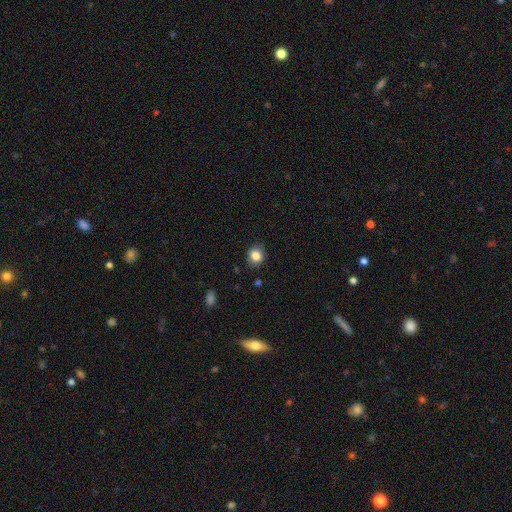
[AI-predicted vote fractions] smooth-or-featured: smooth: 83% | star or artifact: 10% | featured or disk: 7%
  how-rounded: round: 68% | in between: 31% | cigar-shaped: 1%
  merging: none: 86% | minor disturbance: 10% | major disturbance: 2% | merger: 1%